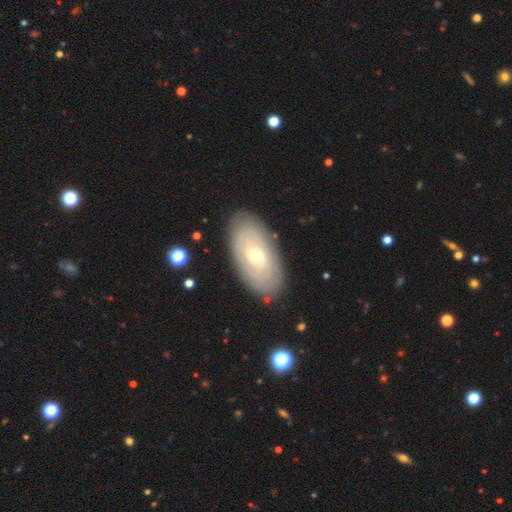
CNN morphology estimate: Smooth or featured: featured or disk — 66% (smooth — 28%)
Edge-on disk: no — 90% (yes — 10%)
Bar: no — 53% (weak — 37%)
Spiral arms: yes — 63% (no — 37%)
Bulge size: moderate — 55% (small — 41%)
Merging: none — 85% (minor disturbance — 11%)